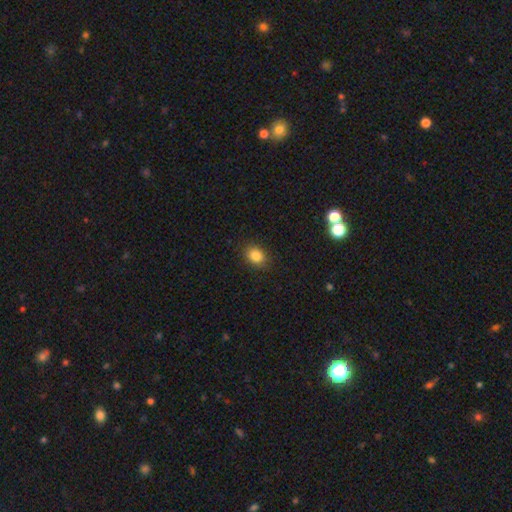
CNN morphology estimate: This appears to be a smooth galaxy with no disk features (85%) that is in between round and cigar-shaped (59%). Merging: none (88%).